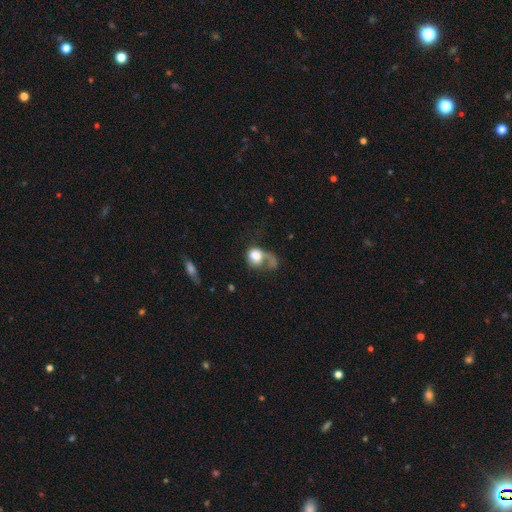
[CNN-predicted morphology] Smooth or featured: smooth — 56% (featured or disk — 35%)
How rounded: in between — 50% (round — 48%)
Merging: major disturbance — 53% (none — 17%)